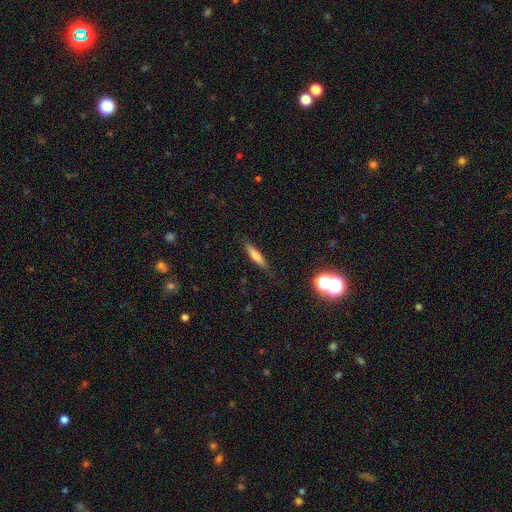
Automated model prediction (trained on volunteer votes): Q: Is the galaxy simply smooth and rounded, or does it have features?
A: smooth — 66%.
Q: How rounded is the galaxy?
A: cigar-shaped — 83%.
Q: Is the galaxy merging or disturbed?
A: none — 82%.